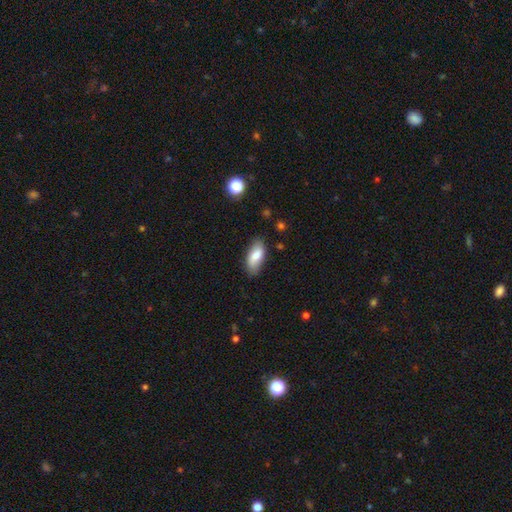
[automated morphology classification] type=smooth (76%); roundness=in between (86%); merging=none (79%).